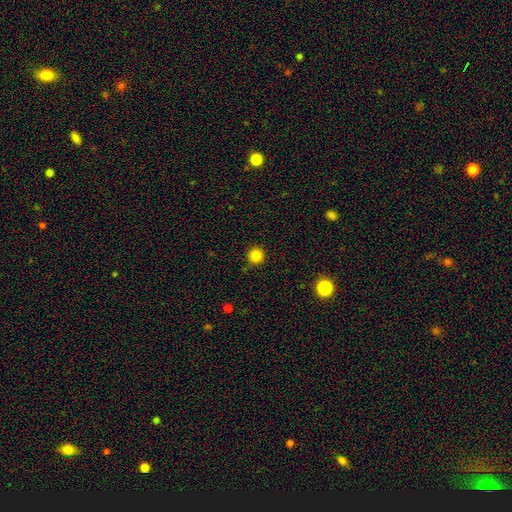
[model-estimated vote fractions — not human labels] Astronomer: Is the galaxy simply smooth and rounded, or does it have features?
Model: smooth — 84%.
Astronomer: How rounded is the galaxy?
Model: round — 95%.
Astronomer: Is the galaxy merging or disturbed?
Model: none — 91%.